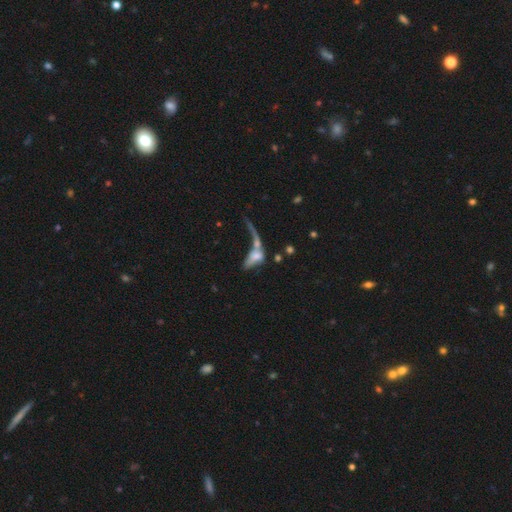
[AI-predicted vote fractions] Smooth or featured? smooth (48%)
Merging? merger (51%)